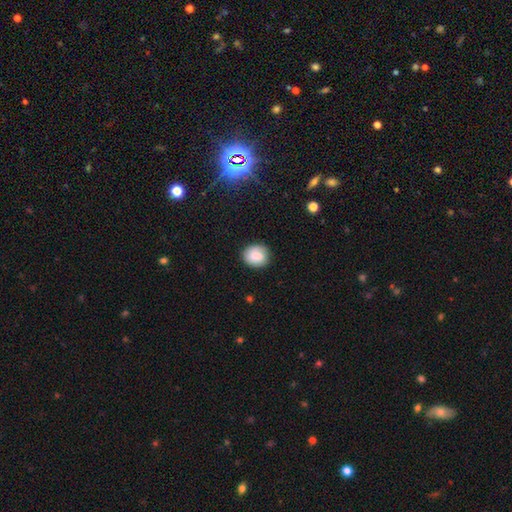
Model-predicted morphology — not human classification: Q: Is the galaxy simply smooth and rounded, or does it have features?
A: smooth — 80%.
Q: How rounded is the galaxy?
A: round — 71%.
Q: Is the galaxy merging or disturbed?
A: none — 80%.